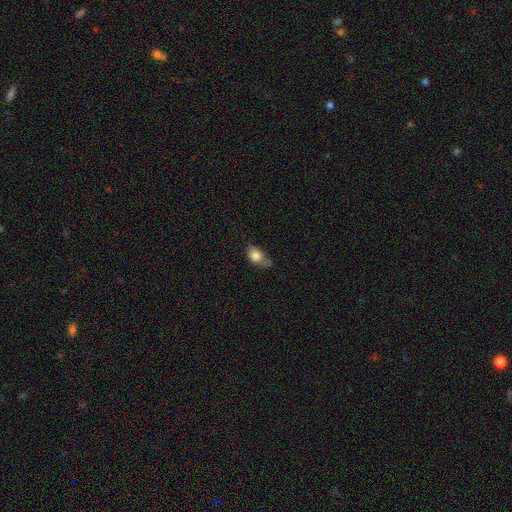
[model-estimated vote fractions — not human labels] Q: Smooth or featured?
A: smooth (79%); runner-up: featured or disk (12%)
Q: How rounded?
A: in between (81%); runner-up: round (15%)
Q: Merging?
A: minor disturbance (41%); runner-up: none (35%)